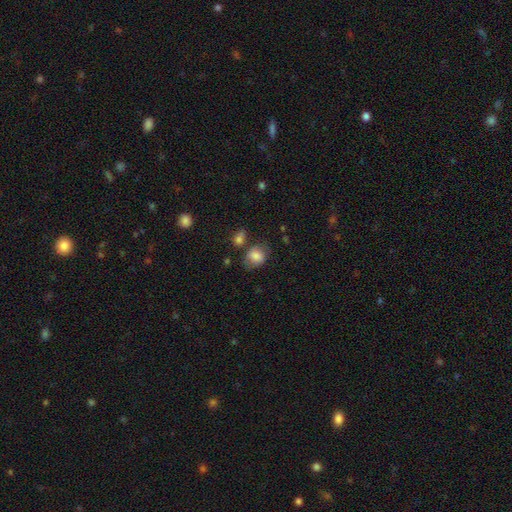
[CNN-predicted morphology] Smooth or featured?
  - smooth: 78% *
  - featured or disk: 13%
  - star or artifact: 9%
How rounded?
  - in between: 51% *
  - round: 48%
  - cigar-shaped: 1%
Merging?
  - none: 57% *
  - minor disturbance: 23%
  - merger: 10%
  - major disturbance: 10%